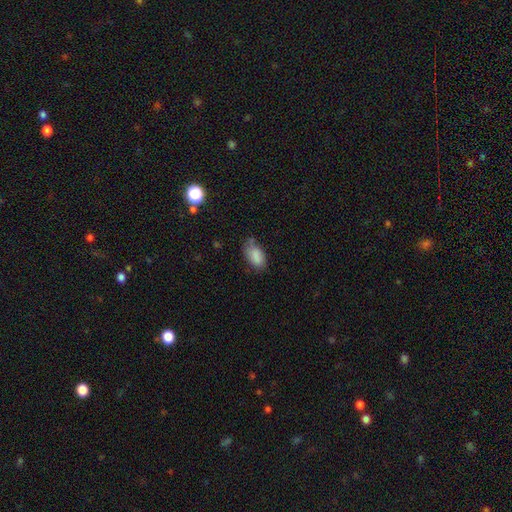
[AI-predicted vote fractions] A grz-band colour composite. It shows a smooth galaxy with no disk features (85%) that is in between round and cigar-shaped (93%). Merging: none (56%).